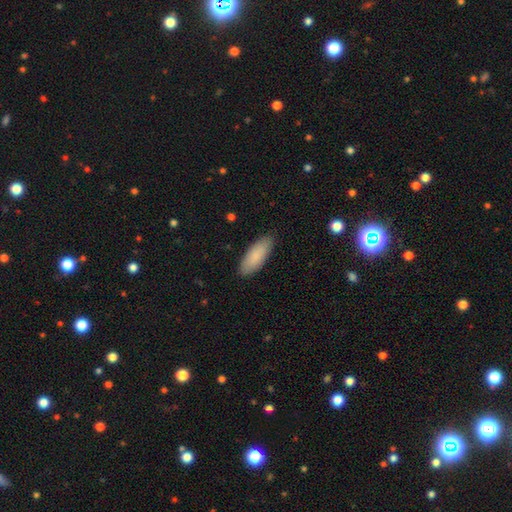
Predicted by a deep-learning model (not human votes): A smooth galaxy with no disk features (88%) that is in between round and cigar-shaped (72%). Merging: none (88%).